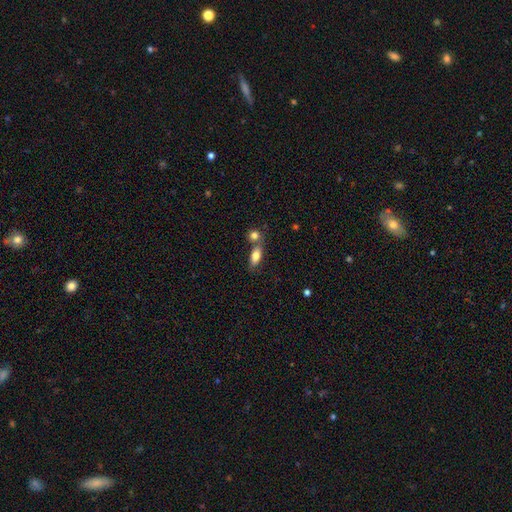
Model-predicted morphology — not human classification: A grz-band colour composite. It shows a smooth galaxy with no disk features (79%) that is in between round and cigar-shaped (80%). Merging: none (50%).